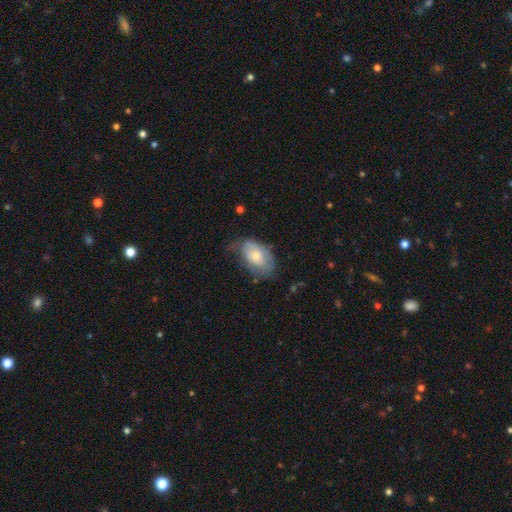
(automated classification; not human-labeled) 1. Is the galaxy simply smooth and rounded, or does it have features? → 55% smooth, 38% featured or disk, 7% star or artifact.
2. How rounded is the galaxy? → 90% in between, 8% round, 2% cigar-shaped.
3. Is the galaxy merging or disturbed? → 39% none, 37% minor disturbance, 21% major disturbance, 2% merger.